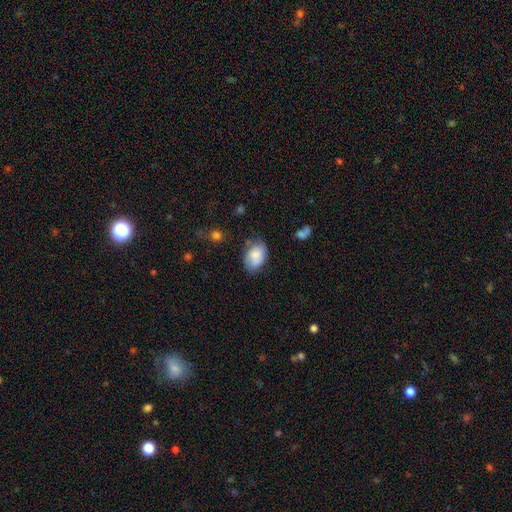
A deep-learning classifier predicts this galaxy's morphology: smooth 78%, featured or disk 15%, star or artifact 7%. Down the decision tree: how rounded — in between (86%); merging — none (60%).